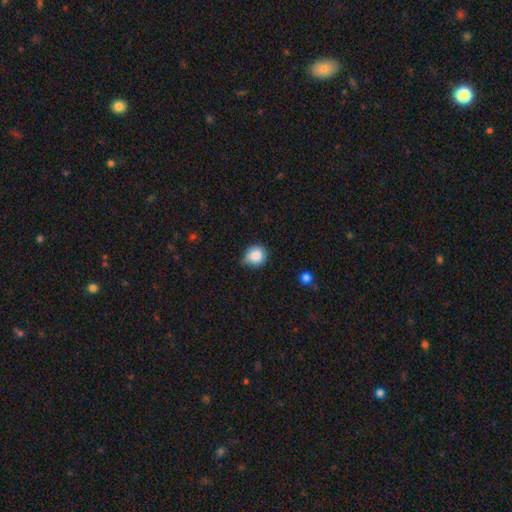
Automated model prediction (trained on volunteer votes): Smooth or featured: smooth — 85% (star or artifact — 9%)
How rounded: round — 86% (in between — 13%)
Merging: none — 62% (minor disturbance — 32%)